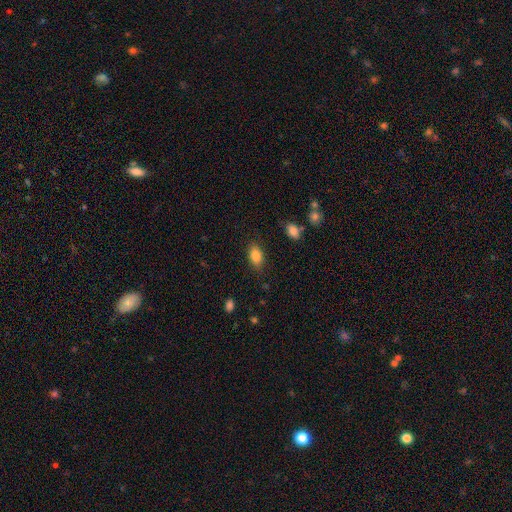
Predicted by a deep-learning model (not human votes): smooth-or-featured: smooth: 85% | star or artifact: 8% | featured or disk: 7%
  how-rounded: in between: 88% | round: 9% | cigar-shaped: 2%
  merging: none: 84% | minor disturbance: 12% | major disturbance: 3% | merger: 1%